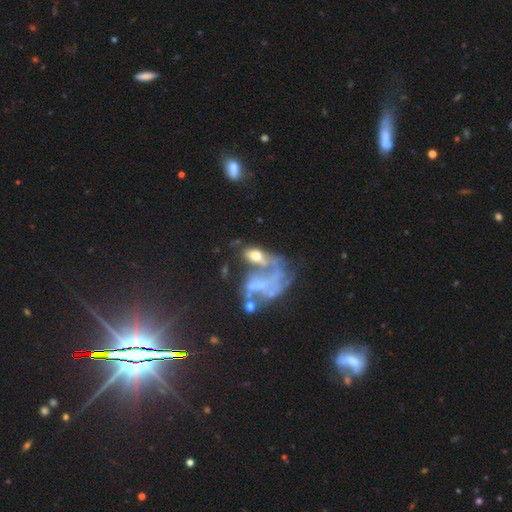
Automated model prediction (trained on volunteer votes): featured or disk 55%, smooth 30%, star or artifact 15%. Down the decision tree: edge-on disk — no (96%); bar — no (82%); spiral arms — no (79%); bulge size — none (57%); merging — major disturbance (35%, tied with merger).